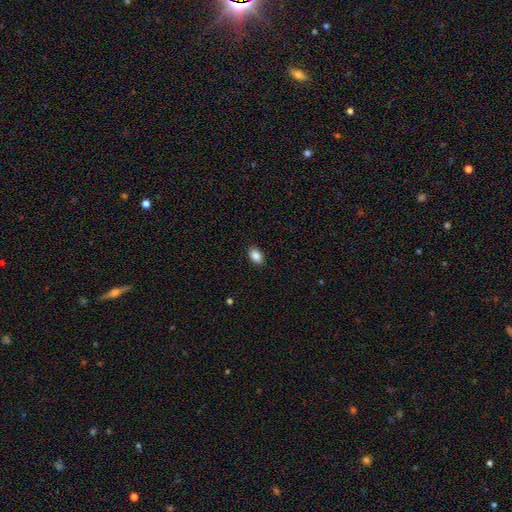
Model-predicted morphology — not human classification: Smooth or featured: smooth — 88% (star or artifact — 8%)
How rounded: in between — 86% (round — 13%)
Merging: none — 90% (minor disturbance — 8%)